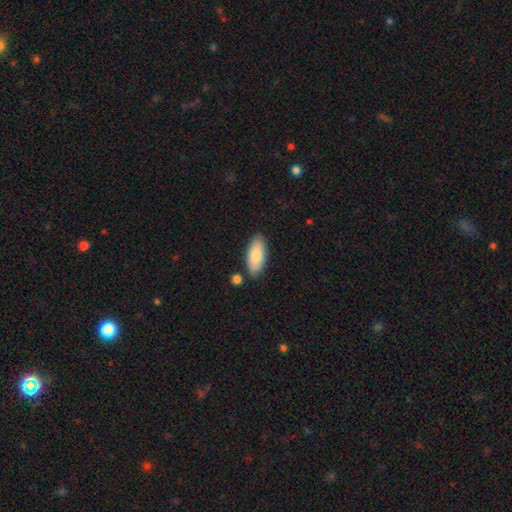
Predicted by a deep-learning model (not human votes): Q: Smooth or featured?
A: smooth (80%); runner-up: featured or disk (14%)
Q: How rounded?
A: in between (85%); runner-up: cigar-shaped (12%)
Q: Merging?
A: none (82%); runner-up: minor disturbance (12%)